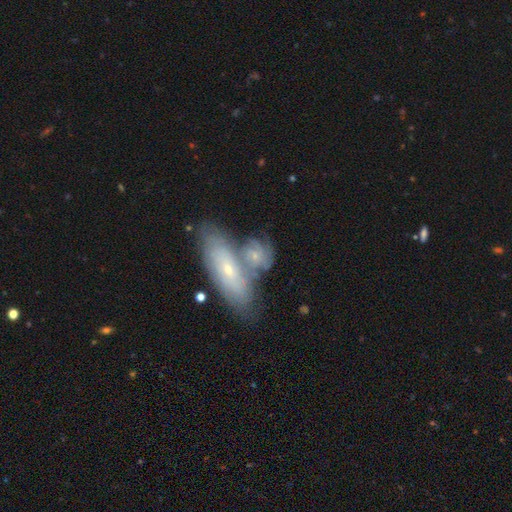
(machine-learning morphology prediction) smooth_or_featured: featured or disk (p=0.56) [alt: smooth p=0.36]
disk_edge_on: no (p=0.88) [alt: yes p=0.12]
merging: merger (p=0.43) [alt: none p=0.38]